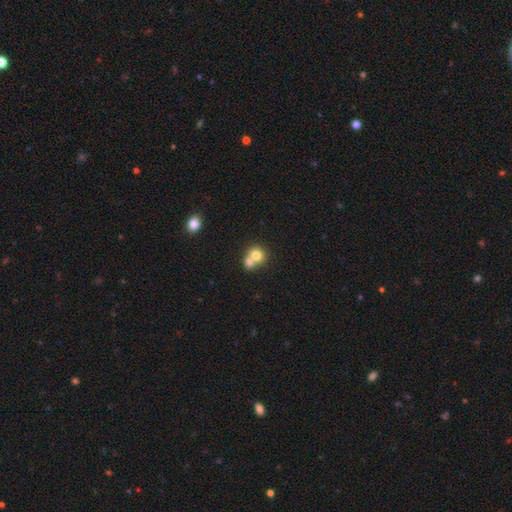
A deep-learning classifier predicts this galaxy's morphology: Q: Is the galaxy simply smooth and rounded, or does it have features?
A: smooth — 75%.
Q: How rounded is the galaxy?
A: round — 78%.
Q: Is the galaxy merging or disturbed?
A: merger — 62%.